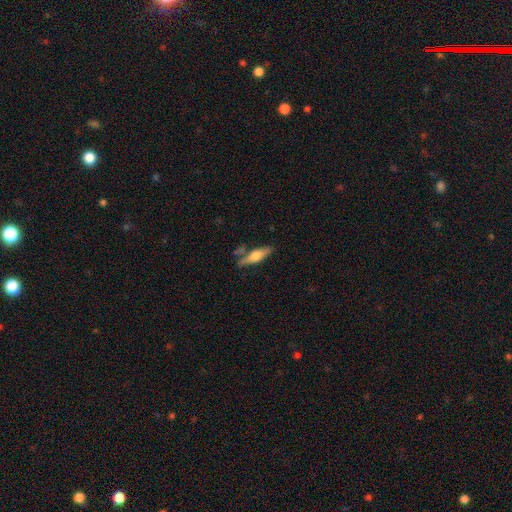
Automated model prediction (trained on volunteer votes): Smooth or featured?
  - featured or disk: 49% *
  - smooth: 45%
  - star or artifact: 6%
Merging?
  - none: 72% *
  - minor disturbance: 15%
  - merger: 10%
  - major disturbance: 4%